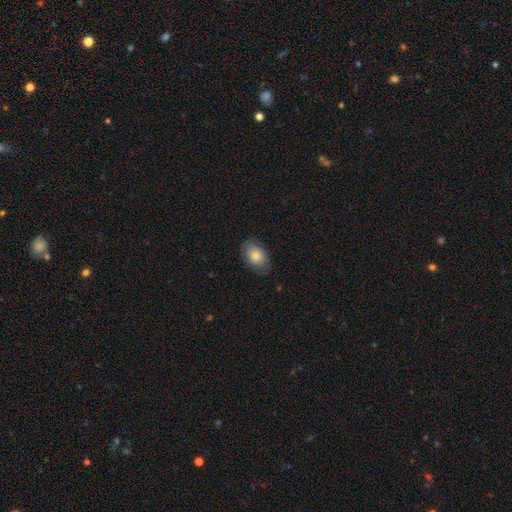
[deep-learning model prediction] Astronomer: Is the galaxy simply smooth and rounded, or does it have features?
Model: smooth — 80%.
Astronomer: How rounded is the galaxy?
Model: in between — 87%.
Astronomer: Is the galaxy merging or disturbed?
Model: none — 78%.